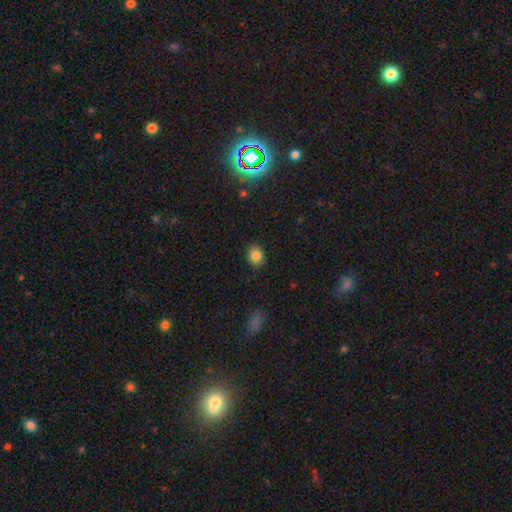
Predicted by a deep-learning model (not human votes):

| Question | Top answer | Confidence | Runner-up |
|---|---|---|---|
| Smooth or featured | smooth | 84% | star or artifact (10%) |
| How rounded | round | 53% | in between (46%) |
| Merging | none | 89% | minor disturbance (8%) |